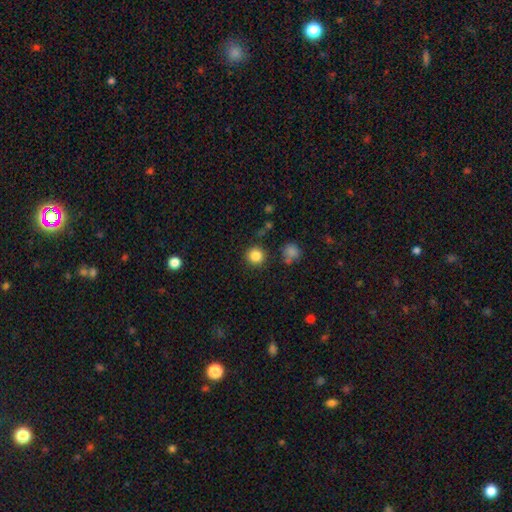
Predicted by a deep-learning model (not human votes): Smooth or featured? smooth (85%)
How rounded? round (94%)
Merging? none (87%)